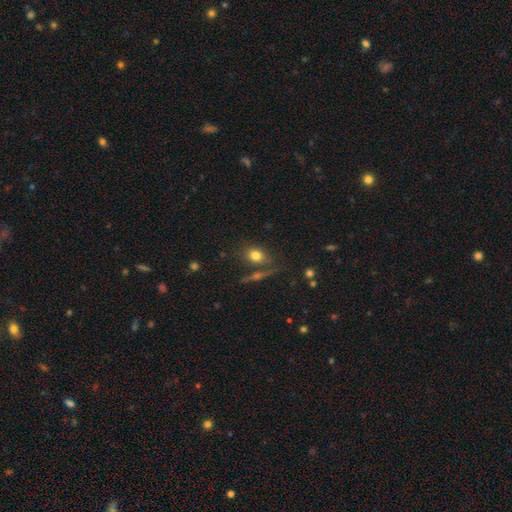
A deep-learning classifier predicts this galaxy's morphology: Smooth or featured? smooth (76%)
How rounded? in between (61%)
Merging? none (64%)